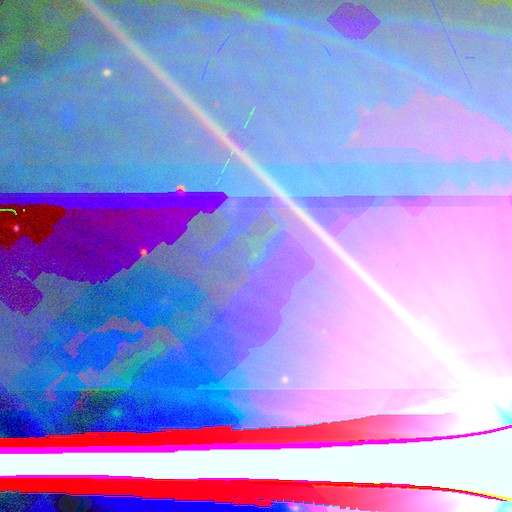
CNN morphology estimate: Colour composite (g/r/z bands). It shows a star or artifact, not a galaxy (88%).